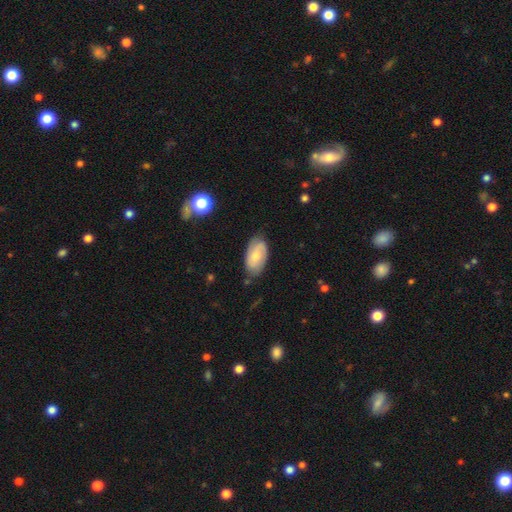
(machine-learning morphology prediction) Q: Smooth or featured?
A: smooth (57%); runner-up: featured or disk (36%)
Q: How rounded?
A: in between (94%); runner-up: round (4%)
Q: Merging?
A: none (73%); runner-up: minor disturbance (21%)